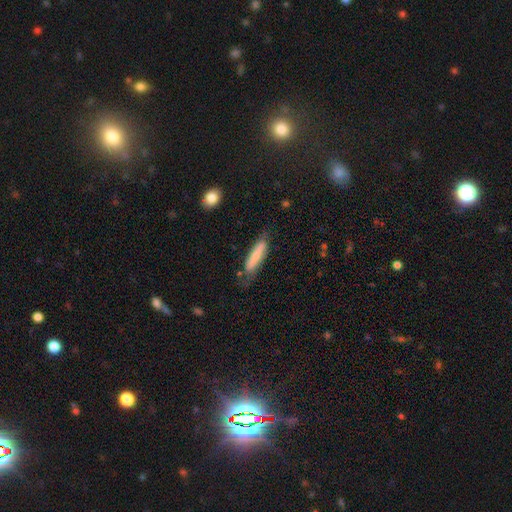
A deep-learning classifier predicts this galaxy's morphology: smooth 70%, featured or disk 24%, star or artifact 6%. Down the decision tree: how rounded — cigar-shaped (80%); merging — none (64%).